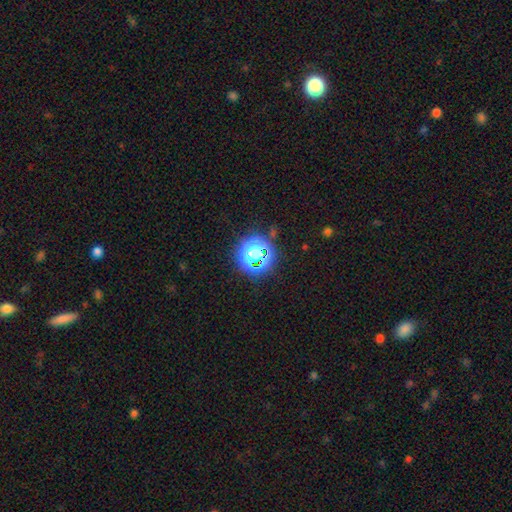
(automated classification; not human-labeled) A star or artifact, not a galaxy (62%).

Vote fractions:
- Smooth or featured? star or artifact: 62% / smooth: 29% / featured or disk: 10%